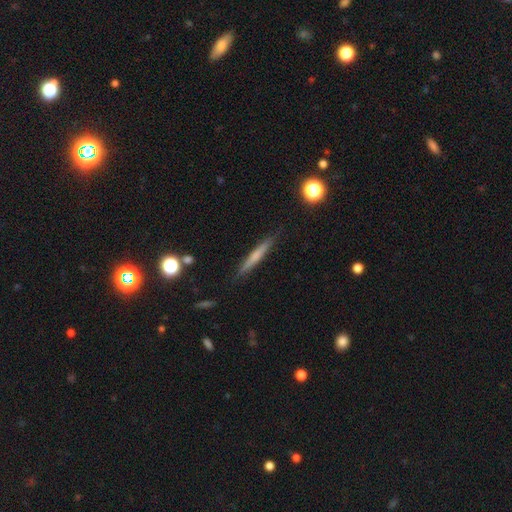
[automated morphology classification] Smooth or featured? Predicted: smooth (p=0.57). How rounded? Predicted: cigar-shaped (p=0.95). Merging? Predicted: none (p=0.88).